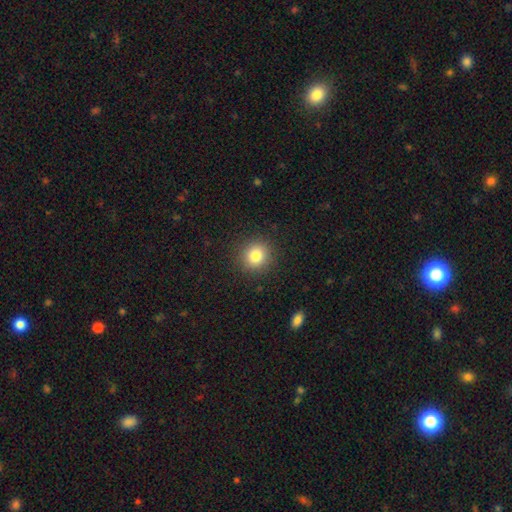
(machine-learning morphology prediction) smooth-or-featured: smooth: 82% | star or artifact: 11% | featured or disk: 7%
  how-rounded: round: 89% | in between: 10% | cigar-shaped: 1%
  merging: none: 90% | minor disturbance: 6% | major disturbance: 2% | merger: 1%